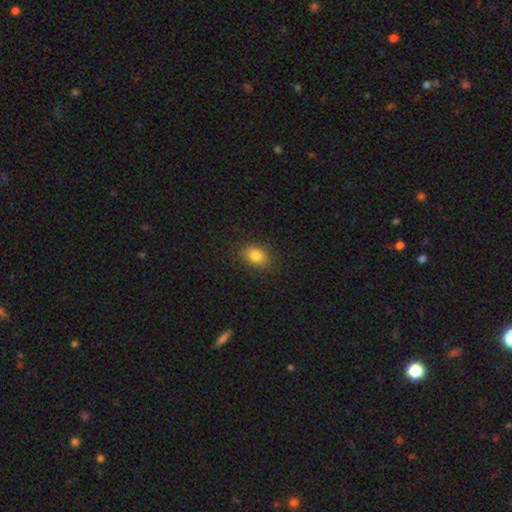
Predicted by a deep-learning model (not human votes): A smooth galaxy with no disk features (83%) that is in between round and cigar-shaped (64%).

Vote fractions:
- Smooth or featured? smooth: 83% / star or artifact: 10% / featured or disk: 7%
- How rounded? in between: 64% / round: 35% / cigar-shaped: 1%
- Merging? none: 85% / minor disturbance: 11% / major disturbance: 3% / merger: 1%